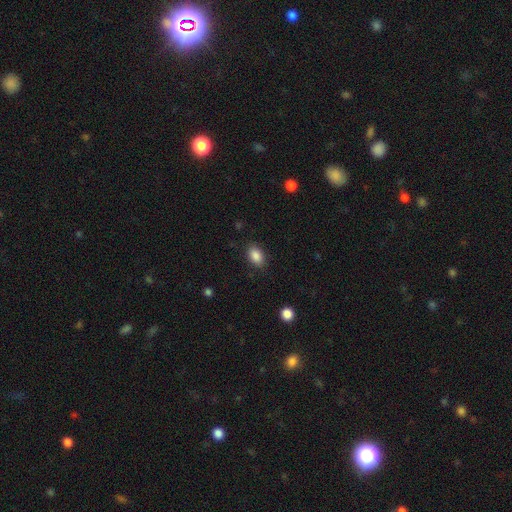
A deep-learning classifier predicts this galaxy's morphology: A smooth galaxy with no disk features (88%) that is in between round and cigar-shaped (85%). Merging: none (86%).